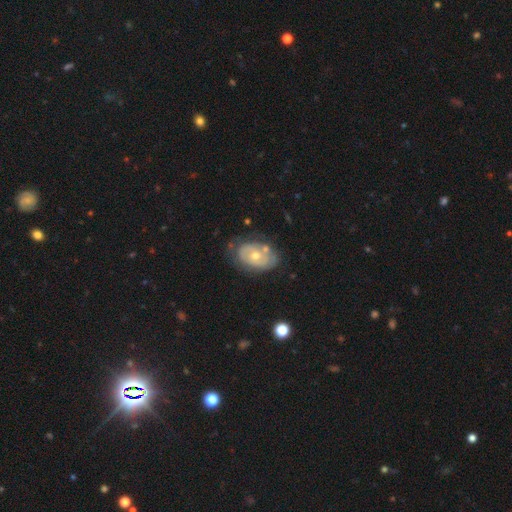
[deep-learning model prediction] Q: Smooth or featured?
A: featured or disk (63%); runner-up: smooth (31%)
Q: Edge-on disk?
A: no (95%); runner-up: yes (5%)
Q: Bar?
A: no (82%); runner-up: weak (15%)
Q: Spiral arms?
A: yes (53%); runner-up: no (47%)
Q: Bulge size?
A: moderate (54%); runner-up: small (42%)
Q: Merging?
A: none (62%); runner-up: minor disturbance (23%)